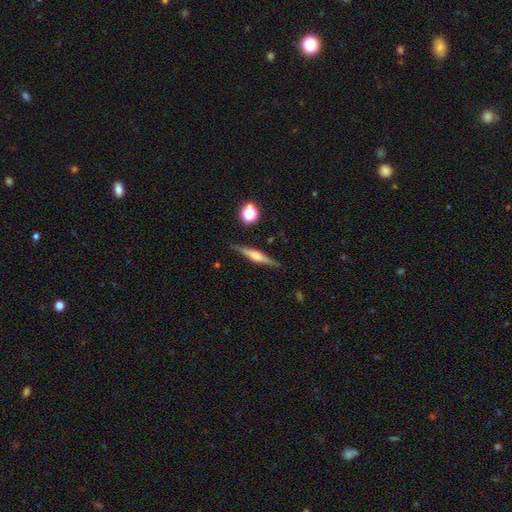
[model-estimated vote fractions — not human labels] A featured or disk galaxy (66%) viewed edge-on (97%) with a rounded central bulge (58%). Merging: none (88%).